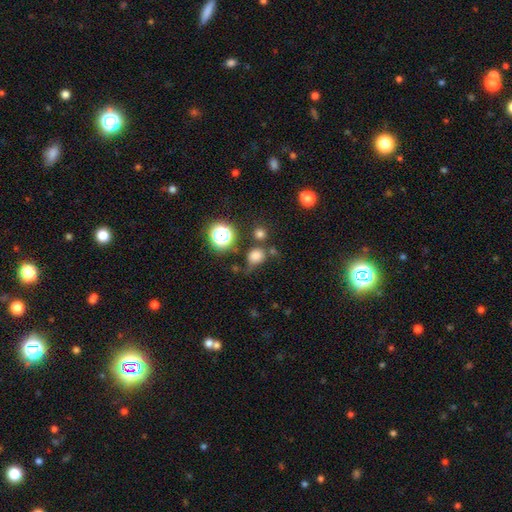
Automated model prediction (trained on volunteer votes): Smooth or featured?
  - smooth: 75% *
  - star or artifact: 18%
  - featured or disk: 7%
How rounded?
  - round: 75% *
  - in between: 24%
  - cigar-shaped: 1%
Merging?
  - none: 59% *
  - minor disturbance: 20%
  - merger: 12%
  - major disturbance: 9%